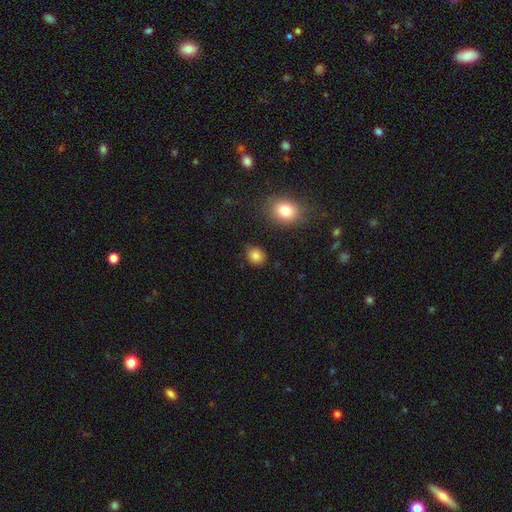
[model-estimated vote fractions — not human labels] A smooth galaxy with no disk features (83%) that is round (76%). Merging: none (82%).